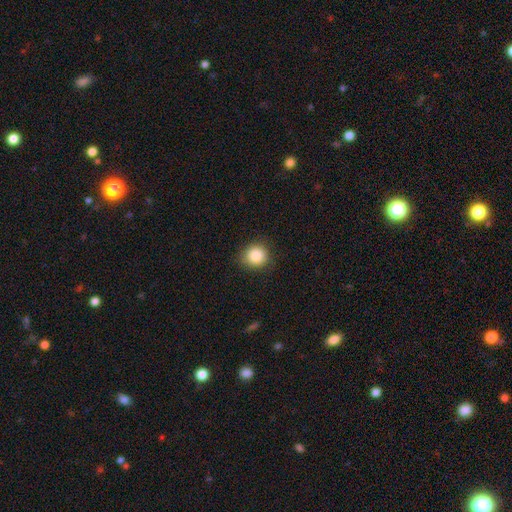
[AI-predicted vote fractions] Smooth or featured? Predicted: smooth (p=0.86). How rounded? Predicted: round (p=0.85). Merging? Predicted: none (p=0.84).